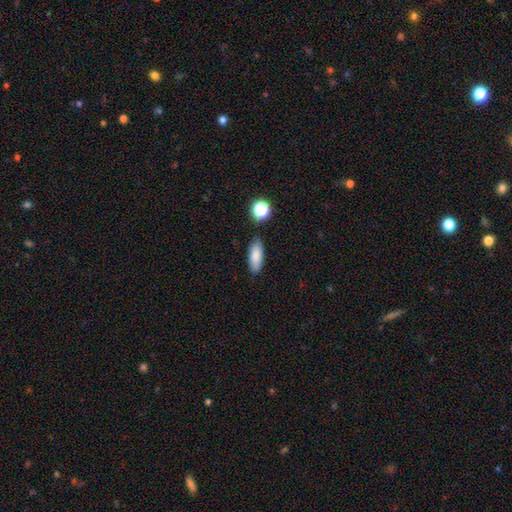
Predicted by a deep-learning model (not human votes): This appears to be a smooth galaxy with no disk features (84%) that is in between round and cigar-shaped (73%). Merging: none (84%).